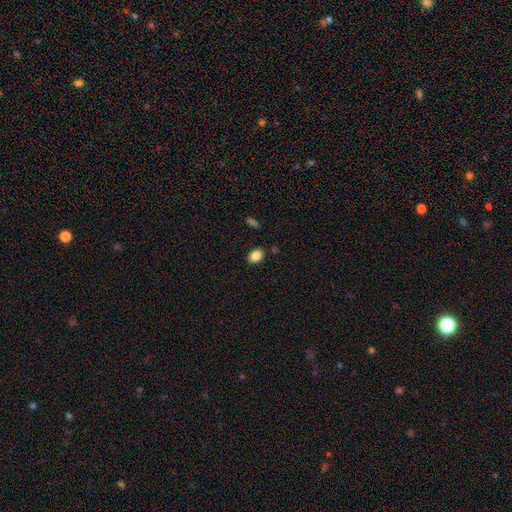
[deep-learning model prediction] Q: Smooth or featured?
A: smooth (85%); runner-up: star or artifact (9%)
Q: How rounded?
A: in between (74%); runner-up: round (25%)
Q: Merging?
A: none (85%); runner-up: minor disturbance (10%)